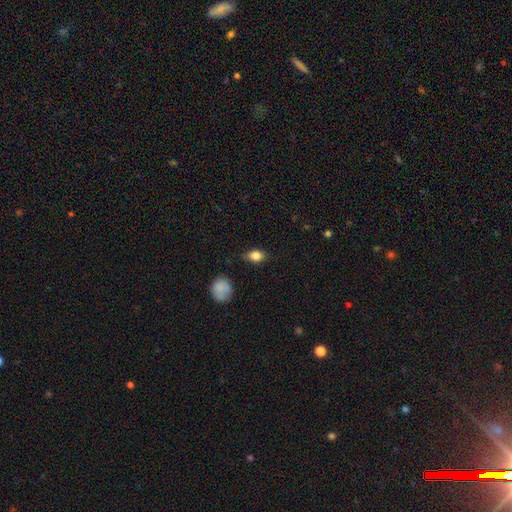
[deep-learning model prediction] A smooth galaxy with no disk features (83%) that is in between round and cigar-shaped (77%). Merging: none (78%).